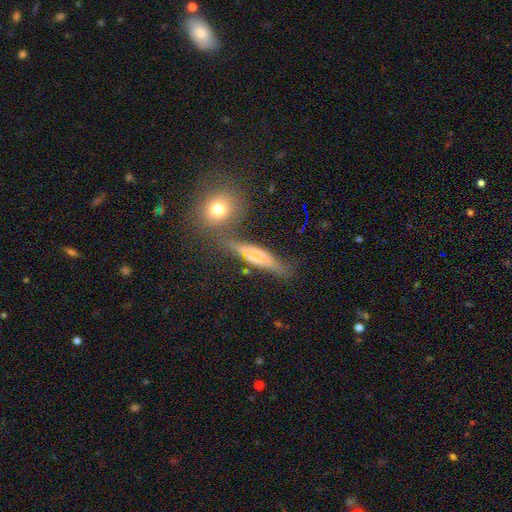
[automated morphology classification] A featured or disk galaxy (61%) viewed edge-on (83%) with a rounded central bulge (55%). Merging: none (65%).